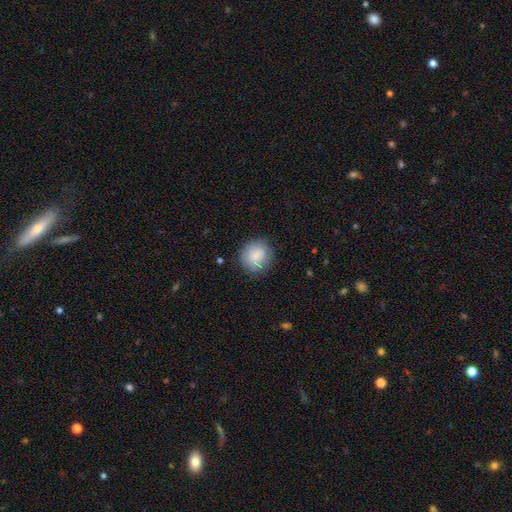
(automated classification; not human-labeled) smooth-or-featured: smooth: 83% | featured or disk: 9% | star or artifact: 7%
  how-rounded: round: 90% | in between: 9% | cigar-shaped: 1%
  merging: none: 83% | minor disturbance: 12% | major disturbance: 3% | merger: 1%